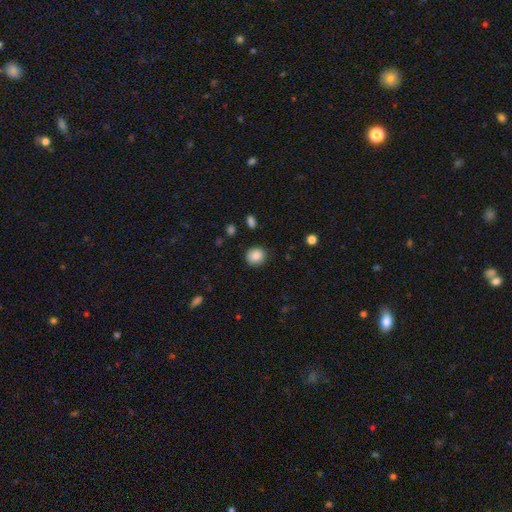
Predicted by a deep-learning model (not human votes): A smooth galaxy with no disk features (87%) that is round (85%).

Vote fractions:
- Smooth or featured? smooth: 87% / star or artifact: 9% / featured or disk: 4%
- How rounded? round: 85% / in between: 14% / cigar-shaped: 1%
- Merging? none: 89% / minor disturbance: 8% / major disturbance: 2% / merger: 1%